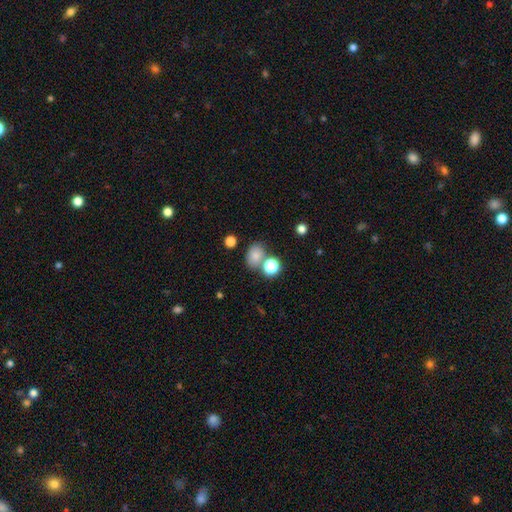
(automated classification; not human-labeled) This is likely a smooth galaxy (78%). How rounded: likely in between (60%). Merging: likely none (62%).